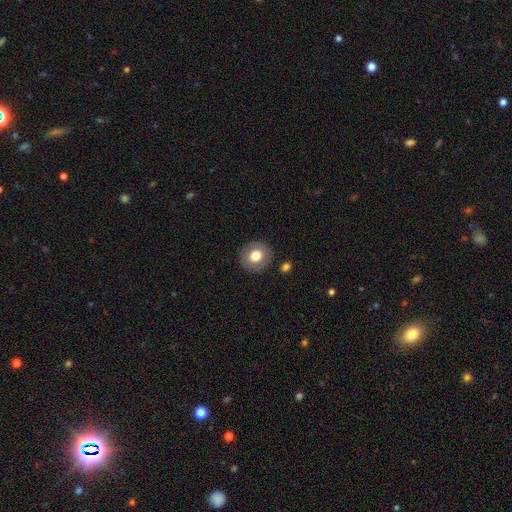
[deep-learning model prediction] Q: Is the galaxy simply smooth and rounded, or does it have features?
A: smooth — 74%.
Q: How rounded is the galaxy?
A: round — 89%.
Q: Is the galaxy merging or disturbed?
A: none — 88%.